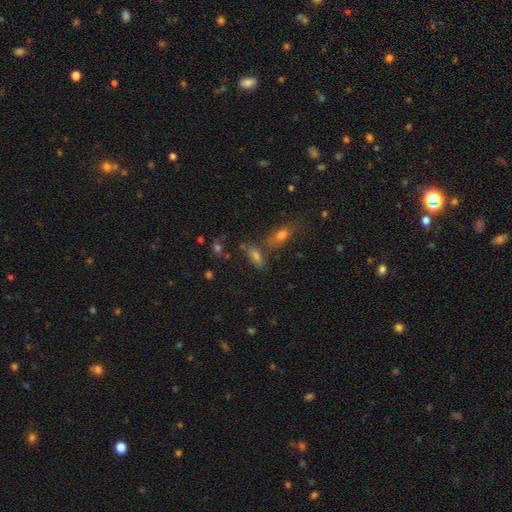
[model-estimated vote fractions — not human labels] A smooth galaxy with no disk features (67%) that is in between round and cigar-shaped (72%). Merging: none (54%).